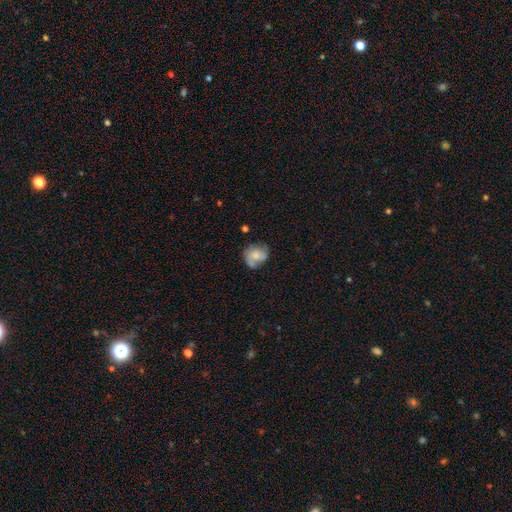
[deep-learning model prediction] Q: Smooth or featured?
A: smooth (53%); runner-up: featured or disk (38%)
Q: How rounded?
A: round (61%); runner-up: in between (38%)
Q: Merging?
A: none (52%); runner-up: minor disturbance (28%)